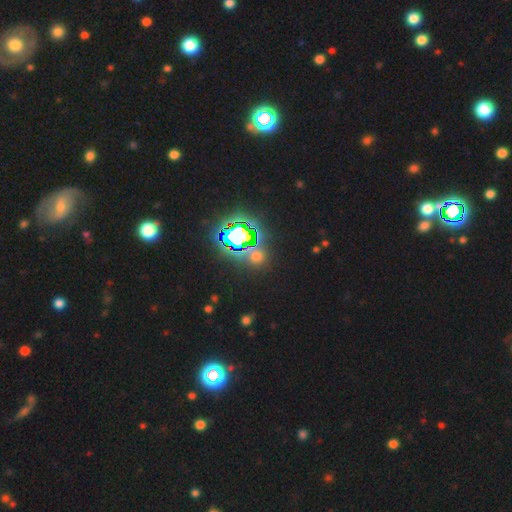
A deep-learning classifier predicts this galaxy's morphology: Q: Smooth or featured?
A: star or artifact (64%); runner-up: smooth (28%)